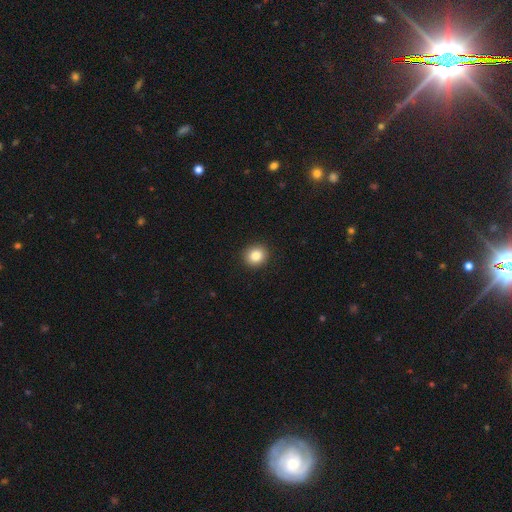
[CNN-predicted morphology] Smooth or featured: smooth — 85% (star or artifact — 9%)
How rounded: round — 83% (in between — 16%)
Merging: none — 92% (minor disturbance — 5%)